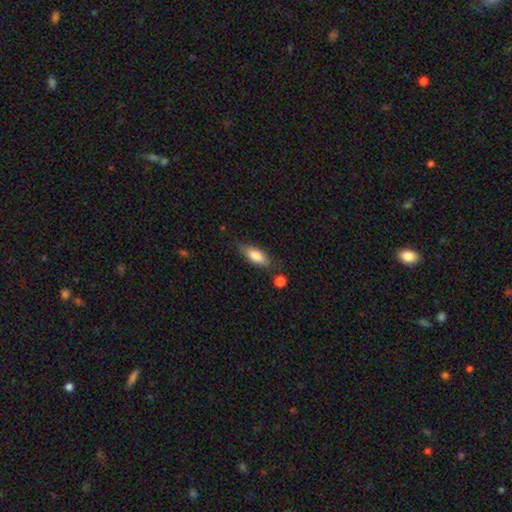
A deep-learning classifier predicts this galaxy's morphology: Smooth or featured? Predicted: smooth (p=0.79). How rounded? Predicted: in between (p=0.71). Merging? Predicted: none (p=0.70).